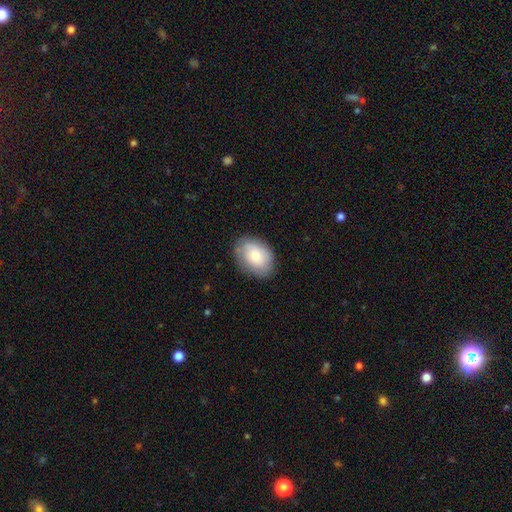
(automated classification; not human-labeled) A smooth galaxy with no disk features (76%) that is in between round and cigar-shaped (80%).

Vote fractions:
- Smooth or featured? smooth: 76% / featured or disk: 17% / star or artifact: 7%
- How rounded? in between: 80% / round: 19% / cigar-shaped: 1%
- Merging? none: 81% / minor disturbance: 15% / major disturbance: 4% / merger: 1%